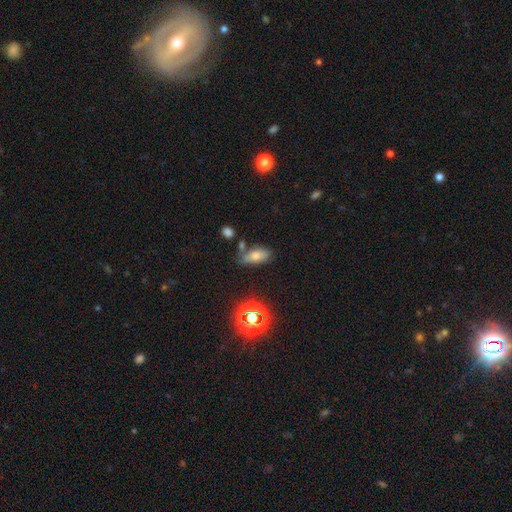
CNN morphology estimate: smooth_or_featured: smooth (p=0.69) [alt: star or artifact p=0.16]
how_rounded: in between (p=0.84) [alt: cigar-shaped p=0.10]
merging: none (p=0.64) [alt: minor disturbance p=0.19]